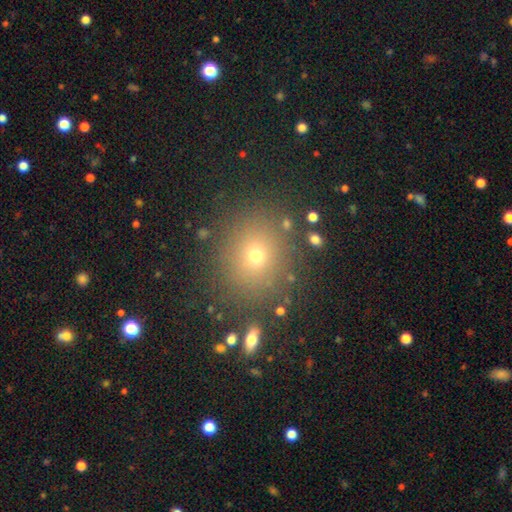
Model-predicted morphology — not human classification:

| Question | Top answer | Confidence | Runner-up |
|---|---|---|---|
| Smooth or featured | smooth | 68% | star or artifact (21%) |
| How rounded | round | 80% | in between (19%) |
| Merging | none | 84% | minor disturbance (9%) |